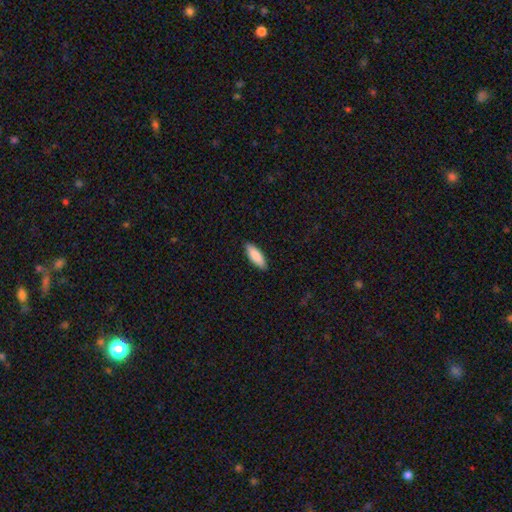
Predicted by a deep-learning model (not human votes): This appears to be a smooth galaxy with no disk features (86%) that is in between round and cigar-shaped (60%). Merging: none (90%).